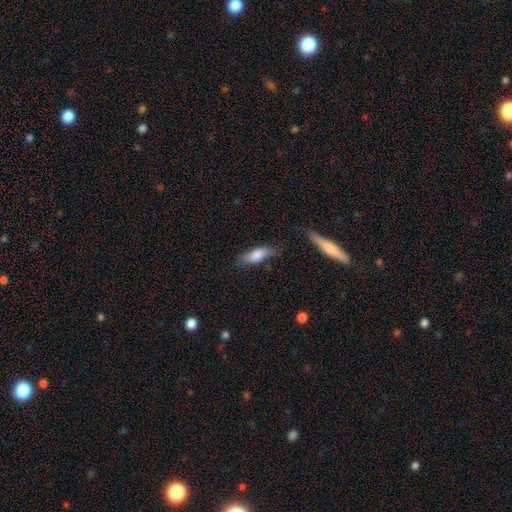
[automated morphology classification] A smooth galaxy with no disk features (78%) that is in between round and cigar-shaped (64%). Merging: none (72%).